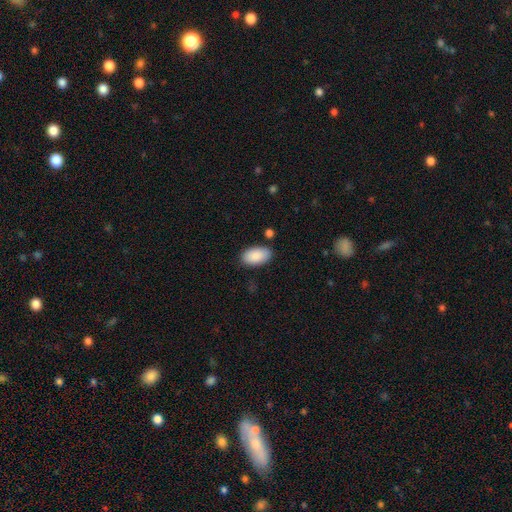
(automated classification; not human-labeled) This is clearly a smooth galaxy (89%). How rounded: clearly in between (95%). Merging: clearly none (83%).